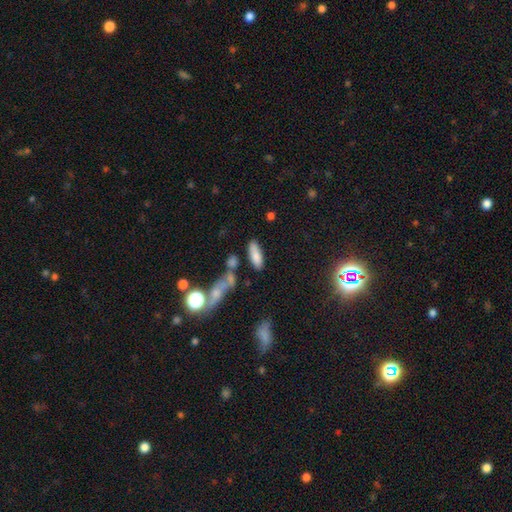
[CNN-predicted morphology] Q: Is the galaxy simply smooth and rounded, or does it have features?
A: smooth — 81%.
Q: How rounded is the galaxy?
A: in between — 62%.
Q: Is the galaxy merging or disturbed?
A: none — 70%.